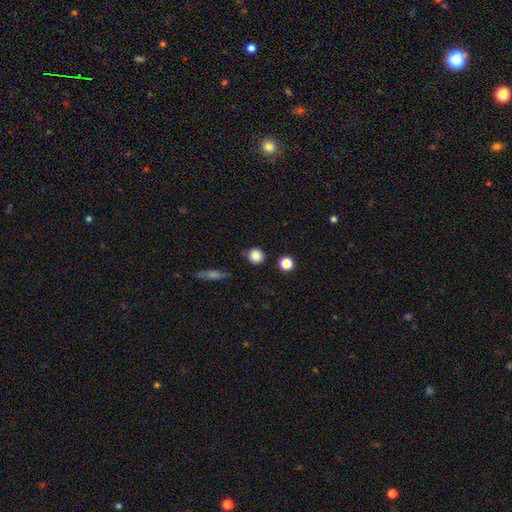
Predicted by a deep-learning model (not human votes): A smooth galaxy with no disk features (85%) that is round (92%).

Vote fractions:
- Smooth or featured? smooth: 85% / star or artifact: 10% / featured or disk: 4%
- How rounded? round: 92% / in between: 7% / cigar-shaped: 1%
- Merging? none: 85% / minor disturbance: 9% / merger: 3% / major disturbance: 3%